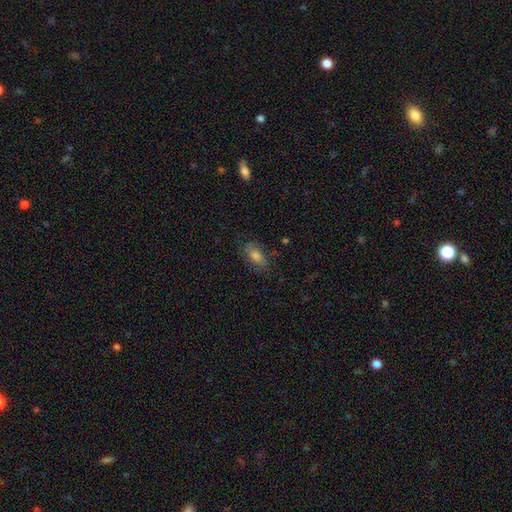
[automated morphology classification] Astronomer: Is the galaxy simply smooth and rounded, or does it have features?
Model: smooth — 66%.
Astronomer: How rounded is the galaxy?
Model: in between — 86%.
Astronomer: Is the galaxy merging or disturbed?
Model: none — 78%.